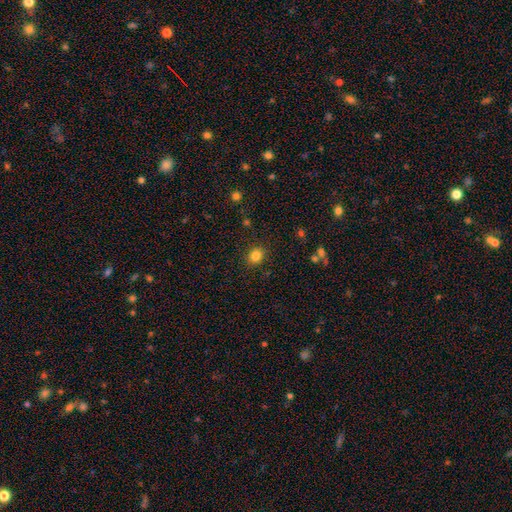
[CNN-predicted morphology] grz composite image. It shows a smooth galaxy with no disk features (83%) that is round (73%). Merging: none (88%).